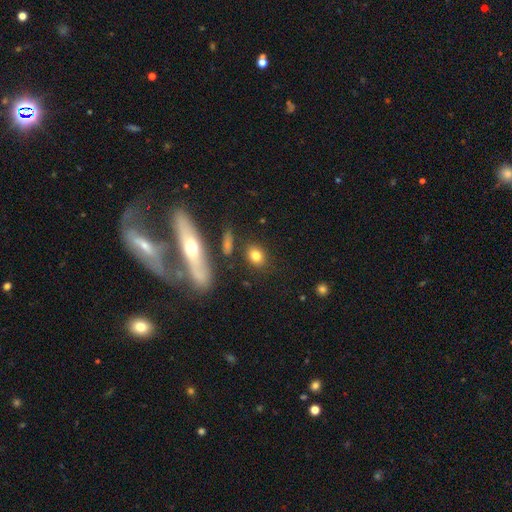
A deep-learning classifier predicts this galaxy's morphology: This is likely a smooth galaxy (79%). How rounded: possibly round (53%). Merging: clearly none (83%).